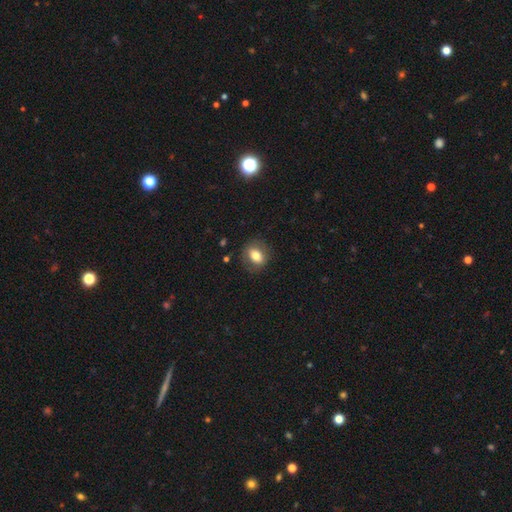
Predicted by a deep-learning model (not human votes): A smooth galaxy with no disk features (71%) that is in between round and cigar-shaped (57%). Merging: none (81%).